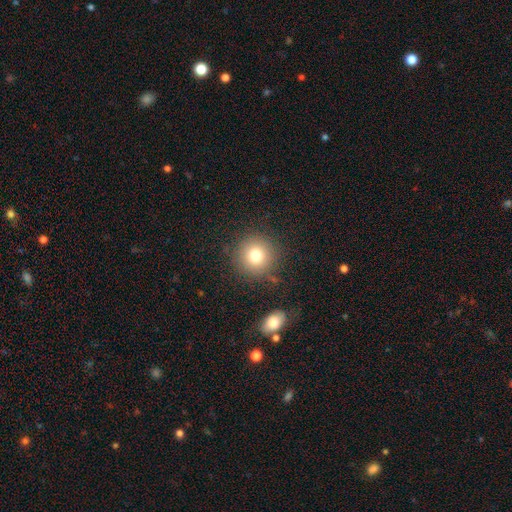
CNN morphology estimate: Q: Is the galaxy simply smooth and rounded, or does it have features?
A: smooth — 78%.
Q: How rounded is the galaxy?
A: round — 94%.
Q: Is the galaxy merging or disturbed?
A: none — 83%.